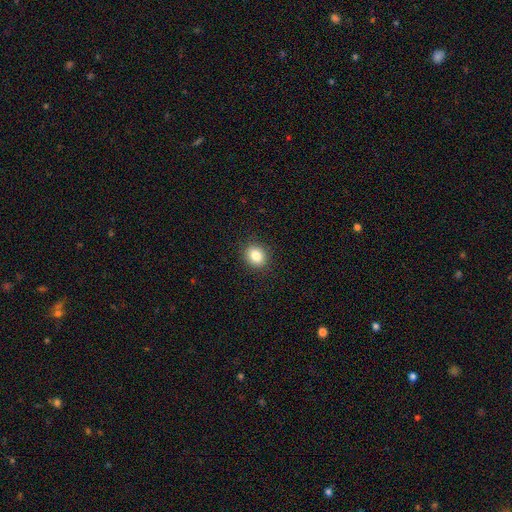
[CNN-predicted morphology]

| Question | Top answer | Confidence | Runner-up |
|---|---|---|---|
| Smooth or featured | smooth | 84% | star or artifact (10%) |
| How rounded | round | 69% | in between (30%) |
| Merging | none | 90% | minor disturbance (7%) |